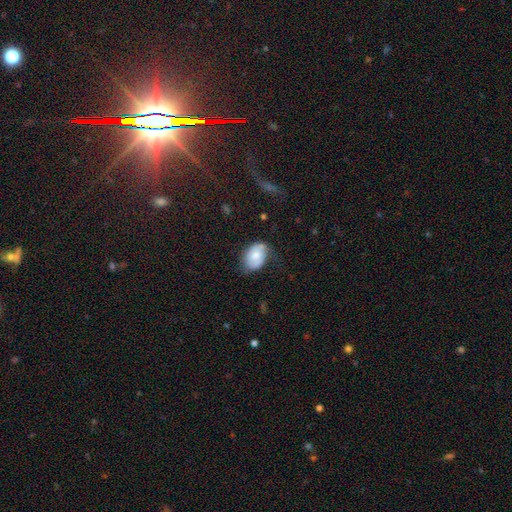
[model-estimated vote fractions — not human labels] Smooth or featured? smooth (53%)
How rounded? in between (83%)
Merging? none (62%)